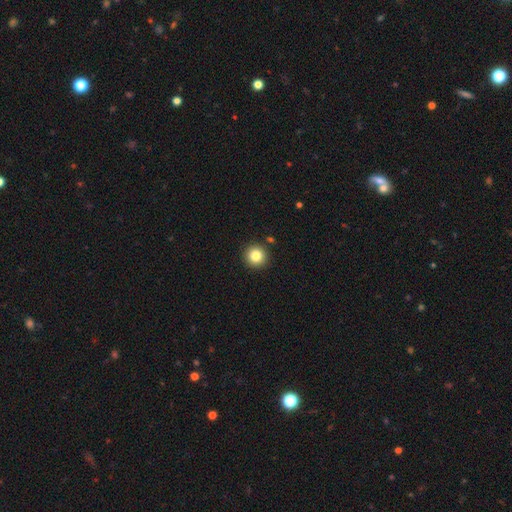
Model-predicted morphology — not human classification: smooth 84%, star or artifact 10%, featured or disk 6%. Down the decision tree: how rounded — round (95%); merging — none (91%).